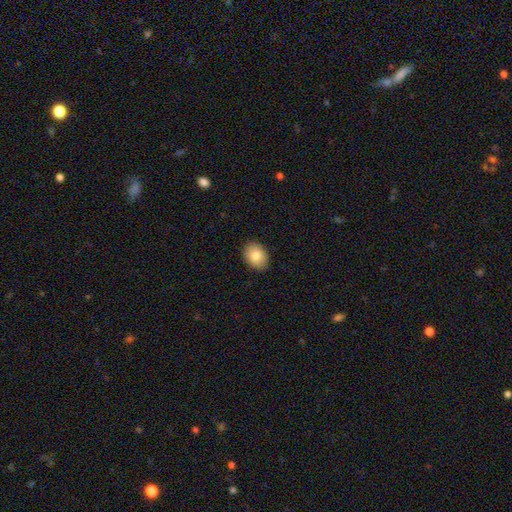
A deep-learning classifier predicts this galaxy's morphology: The model was most divided on "how rounded": in between: 73%, round: 26%, cigar-shaped: 1%. More confident: merging — none (89%); smooth or featured — smooth (83%).